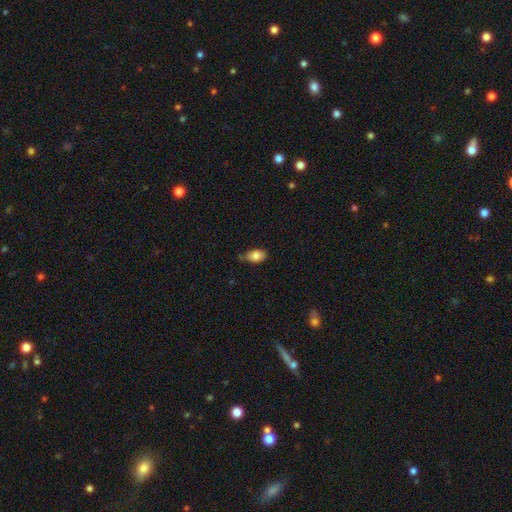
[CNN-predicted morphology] Smooth or featured? smooth (83%)
How rounded? in between (88%)
Merging? none (60%)